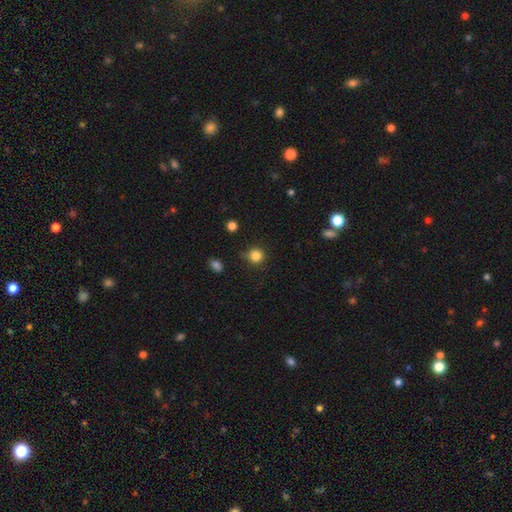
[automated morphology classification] Smooth or featured: smooth — 83% (star or artifact — 12%)
How rounded: round — 93% (in between — 6%)
Merging: none — 82% (minor disturbance — 12%)